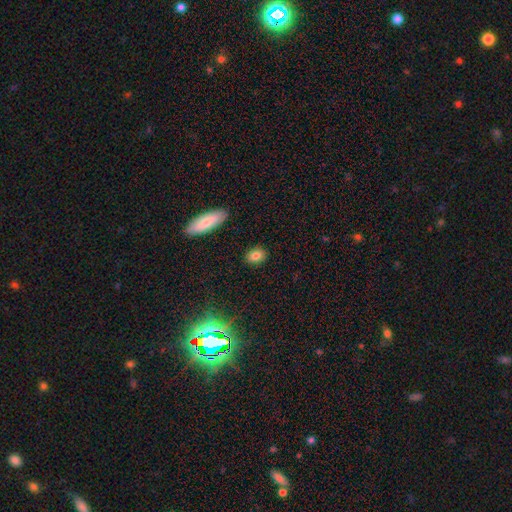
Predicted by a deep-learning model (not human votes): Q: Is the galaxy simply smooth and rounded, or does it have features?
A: smooth — 82%.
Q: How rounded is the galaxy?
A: in between — 60%.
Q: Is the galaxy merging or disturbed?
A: none — 89%.